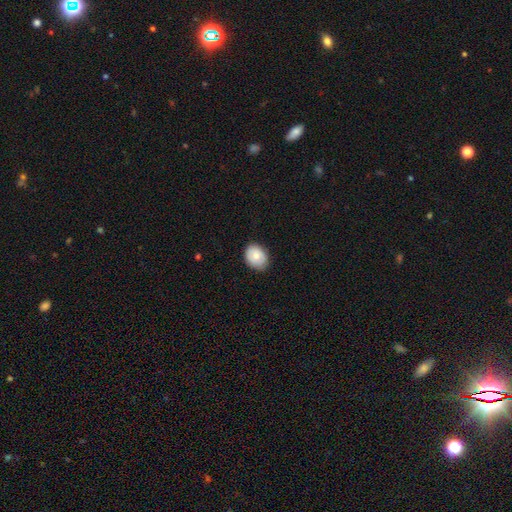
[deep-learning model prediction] smooth-or-featured: smooth: 80% | featured or disk: 12% | star or artifact: 7%
  how-rounded: in between: 60% | round: 39% | cigar-shaped: 1%
  merging: none: 82% | minor disturbance: 15% | major disturbance: 2% | merger: 1%